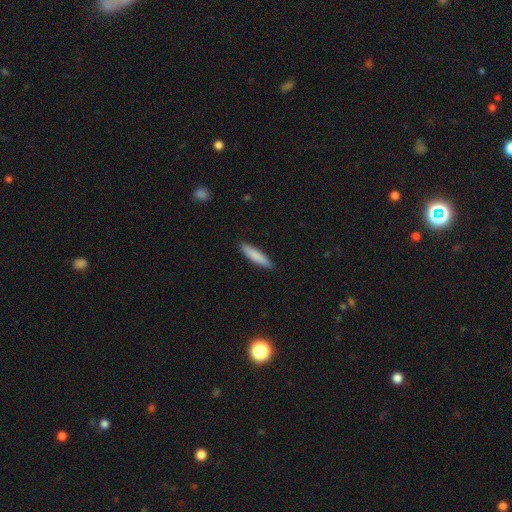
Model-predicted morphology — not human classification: This is clearly a smooth galaxy (85%). How rounded: clearly cigar-shaped (82%). Merging: clearly none (88%).